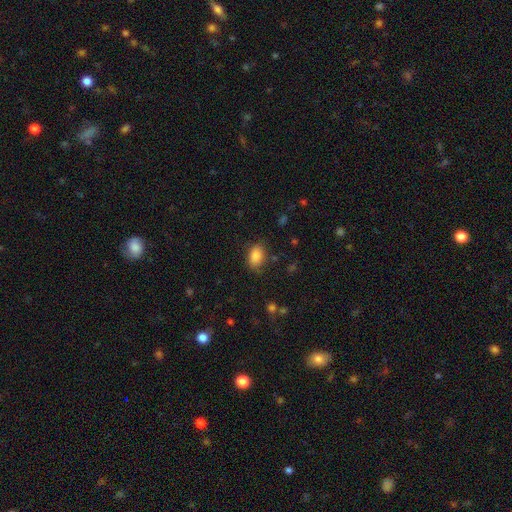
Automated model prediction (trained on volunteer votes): Q: Smooth or featured?
A: smooth (86%); runner-up: star or artifact (9%)
Q: How rounded?
A: in between (83%); runner-up: round (16%)
Q: Merging?
A: none (80%); runner-up: minor disturbance (15%)